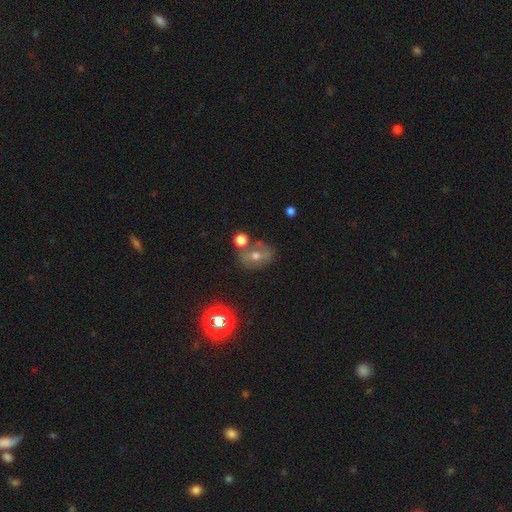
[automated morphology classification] Smooth or featured? smooth (38%)
Merging? none (60%)